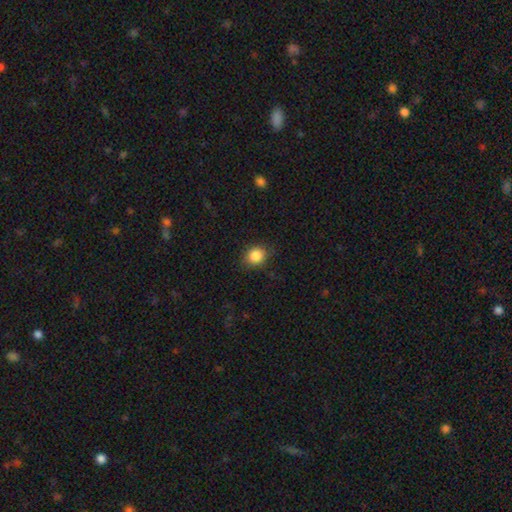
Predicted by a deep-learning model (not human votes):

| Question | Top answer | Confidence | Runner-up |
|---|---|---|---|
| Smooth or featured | smooth | 86% | star or artifact (10%) |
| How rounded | round | 72% | in between (27%) |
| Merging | none | 83% | minor disturbance (13%) |